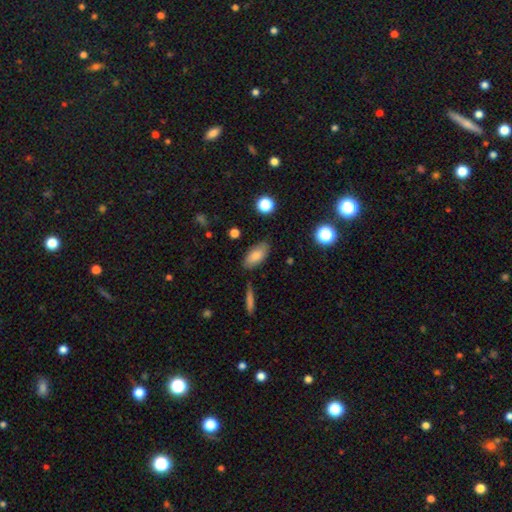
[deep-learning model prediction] Smooth or featured? Predicted: smooth (p=0.80). How rounded? Predicted: in between (p=0.88). Merging? Predicted: none (p=0.80).